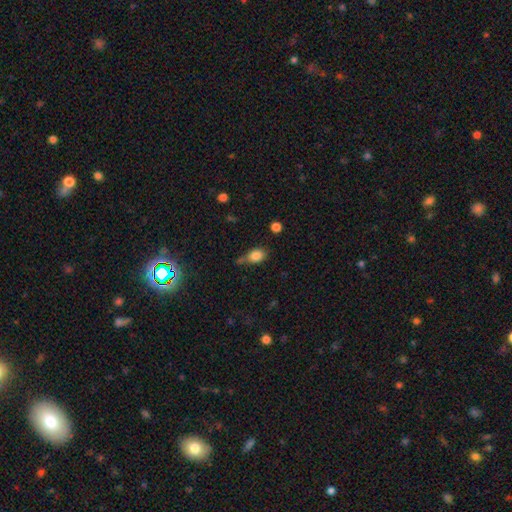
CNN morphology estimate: This appears to be a smooth galaxy with no disk features (83%) that is in between round and cigar-shaped (73%). Merging: none (47%).